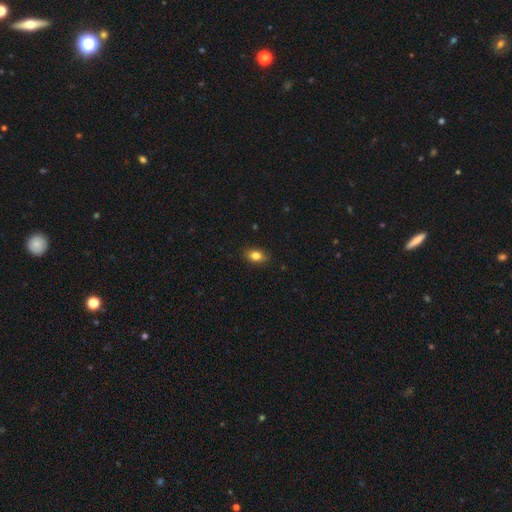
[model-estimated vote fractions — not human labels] Q: Smooth or featured?
A: smooth (83%); runner-up: star or artifact (9%)
Q: How rounded?
A: in between (83%); runner-up: round (15%)
Q: Merging?
A: none (87%); runner-up: minor disturbance (10%)